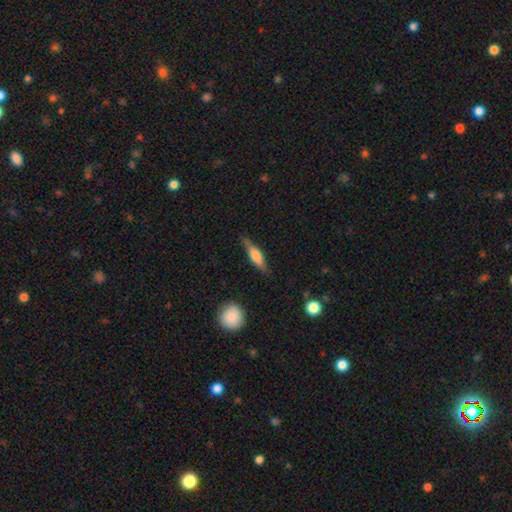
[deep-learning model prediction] Smooth or featured? featured or disk (47%, tied with smooth)
Merging? none (77%)